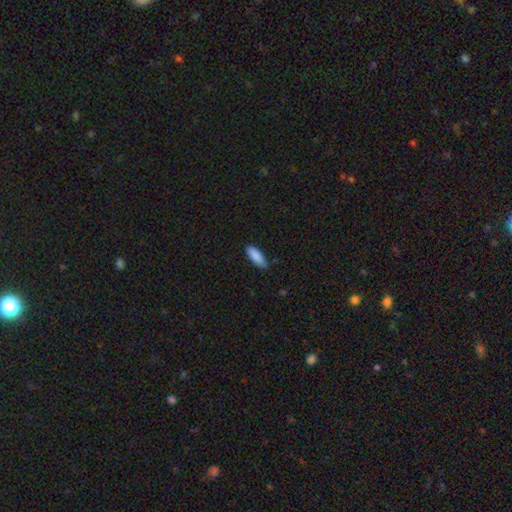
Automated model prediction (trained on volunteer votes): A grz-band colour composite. It shows a smooth galaxy with no disk features (88%) that is in between round and cigar-shaped (70%). Merging: none (76%).